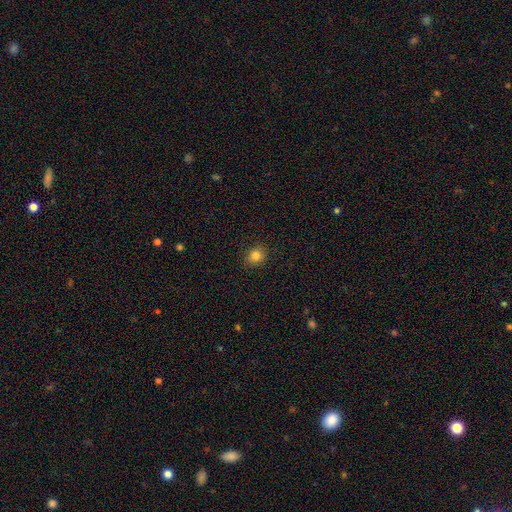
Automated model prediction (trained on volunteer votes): Smooth or featured?
  - smooth: 83% *
  - star or artifact: 12%
  - featured or disk: 5%
How rounded?
  - round: 79% *
  - in between: 20%
  - cigar-shaped: 1%
Merging?
  - none: 90% *
  - minor disturbance: 7%
  - major disturbance: 2%
  - merger: 1%